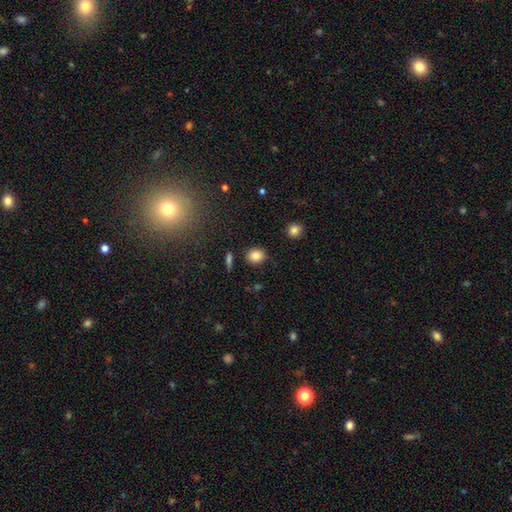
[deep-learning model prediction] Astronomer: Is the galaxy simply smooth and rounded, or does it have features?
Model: smooth — 86%.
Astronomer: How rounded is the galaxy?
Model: round — 75%.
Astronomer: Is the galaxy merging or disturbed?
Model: none — 86%.